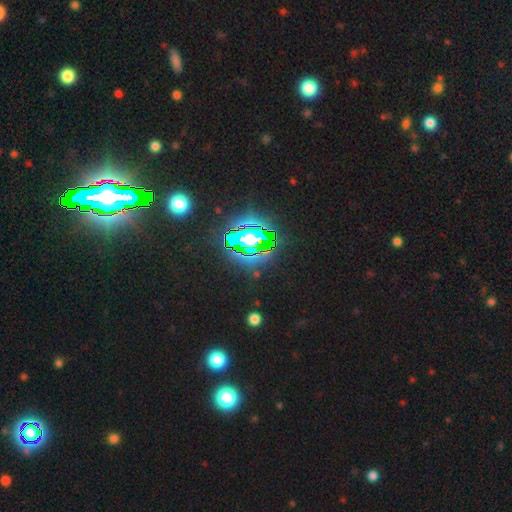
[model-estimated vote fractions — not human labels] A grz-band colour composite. It shows a star or artifact, not a galaxy (84%).